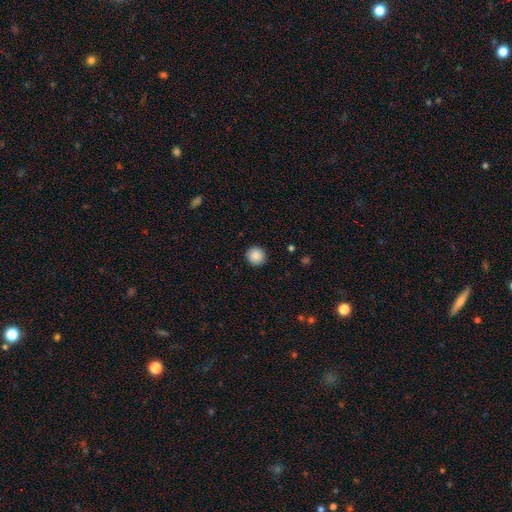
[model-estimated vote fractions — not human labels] Q: Smooth or featured?
A: smooth (88%); runner-up: star or artifact (9%)
Q: How rounded?
A: round (93%); runner-up: in between (6%)
Q: Merging?
A: none (92%); runner-up: minor disturbance (5%)